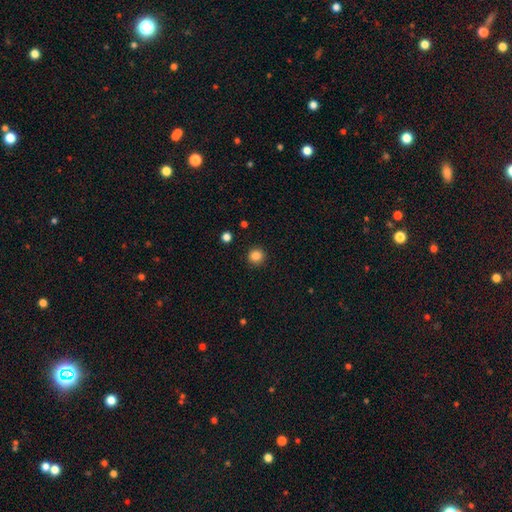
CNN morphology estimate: A smooth galaxy with no disk features (85%) that is round (92%). Merging: none (91%).